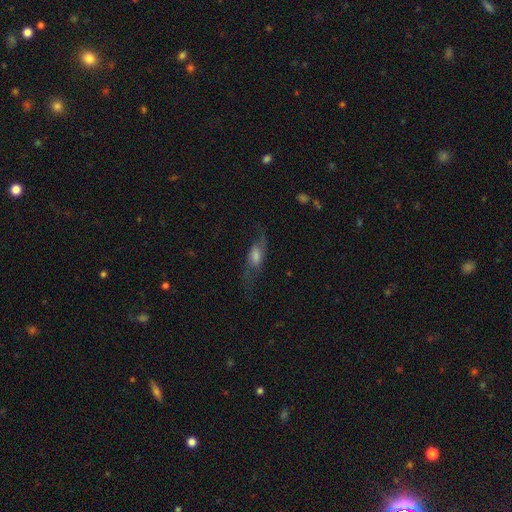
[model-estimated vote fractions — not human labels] This is likely a featured or disk galaxy (60%). It is likely not viewed edge-on (74%). Merging: likely none (62%).